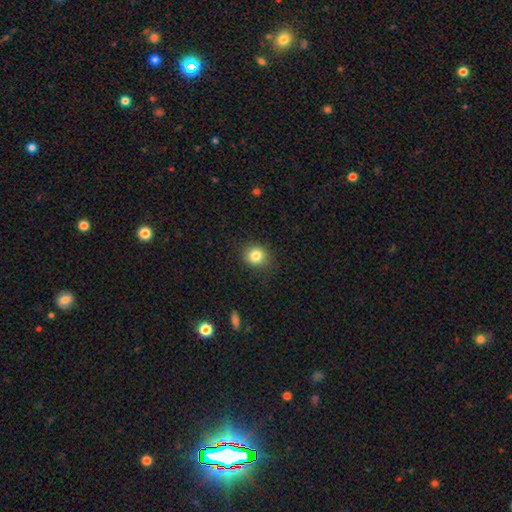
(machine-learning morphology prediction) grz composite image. It shows a smooth galaxy with no disk features (82%) that is round (78%). Merging: none (86%).